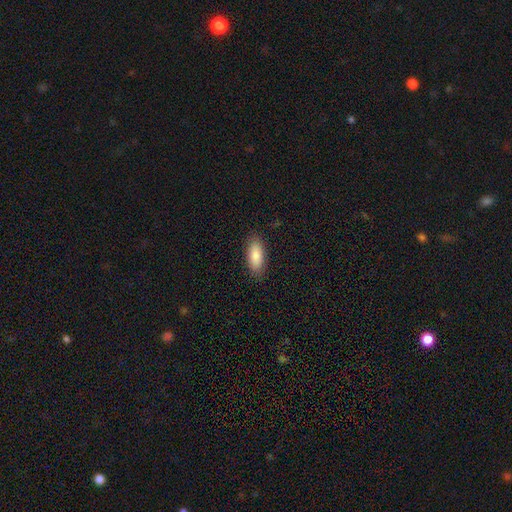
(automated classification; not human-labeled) smooth-or-featured: smooth: 86% | featured or disk: 8% | star or artifact: 6%
  how-rounded: in between: 82% | cigar-shaped: 16% | round: 2%
  merging: none: 87% | minor disturbance: 10% | major disturbance: 2% | merger: 1%